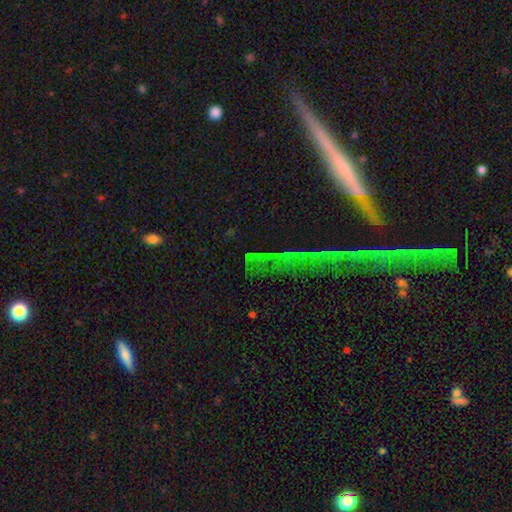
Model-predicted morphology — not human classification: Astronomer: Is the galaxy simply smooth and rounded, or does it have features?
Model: star or artifact — 75%.